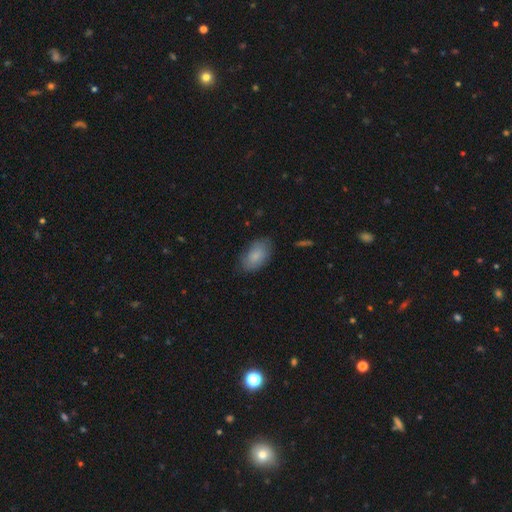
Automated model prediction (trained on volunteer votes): This appears to be a smooth galaxy with no disk features (76%) that is in between round and cigar-shaped (92%). Merging: none (76%).